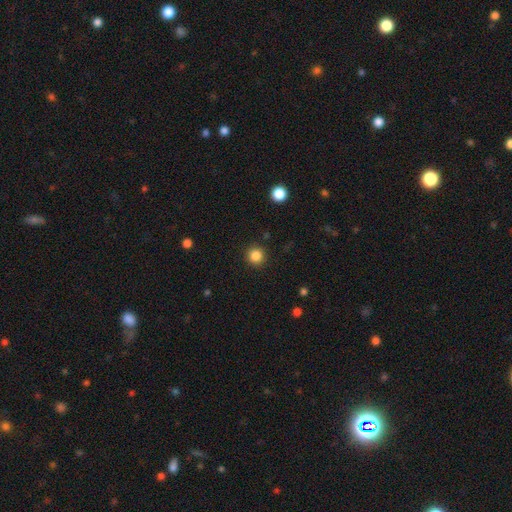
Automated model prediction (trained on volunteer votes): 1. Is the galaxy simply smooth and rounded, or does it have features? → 84% smooth, 12% star or artifact, 4% featured or disk.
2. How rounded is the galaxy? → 95% round, 4% in between, 1% cigar-shaped.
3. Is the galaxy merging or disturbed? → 91% none, 5% minor disturbance, 2% major disturbance, 1% merger.